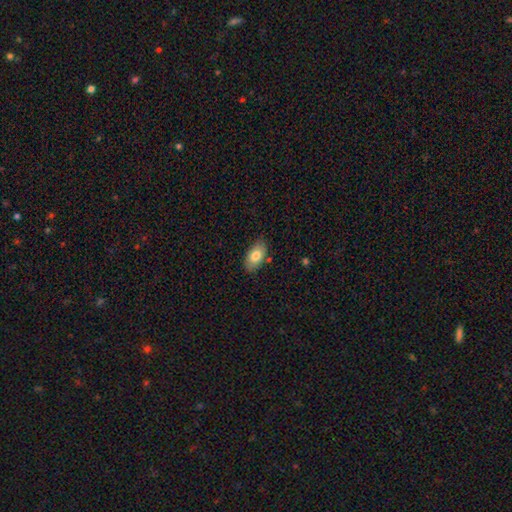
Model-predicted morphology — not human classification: A smooth galaxy with no disk features (79%) that is in between round and cigar-shaped (93%). Merging: none (82%).